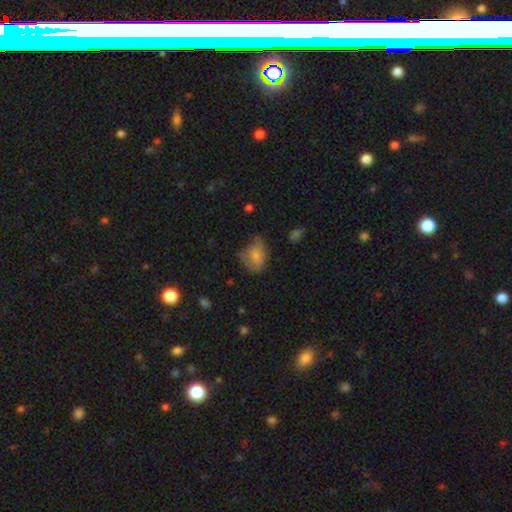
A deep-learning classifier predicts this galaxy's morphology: Q: Smooth or featured?
A: smooth (71%); runner-up: featured or disk (20%)
Q: How rounded?
A: in between (66%); runner-up: round (33%)
Q: Merging?
A: none (42%); runner-up: minor disturbance (37%)